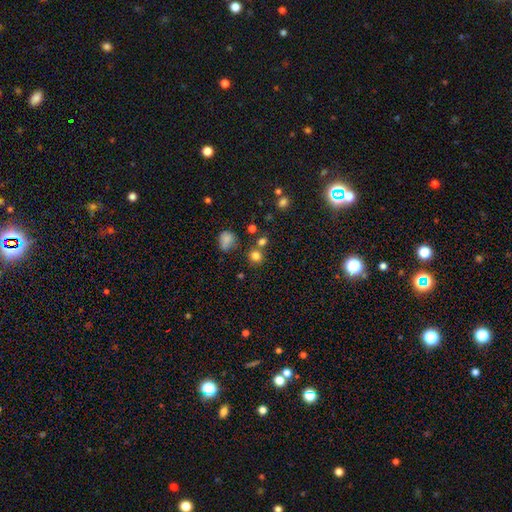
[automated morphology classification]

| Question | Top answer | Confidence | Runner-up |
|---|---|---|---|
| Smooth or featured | smooth | 78% | star or artifact (15%) |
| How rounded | round | 88% | in between (11%) |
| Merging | none | 70% | merger (17%) |